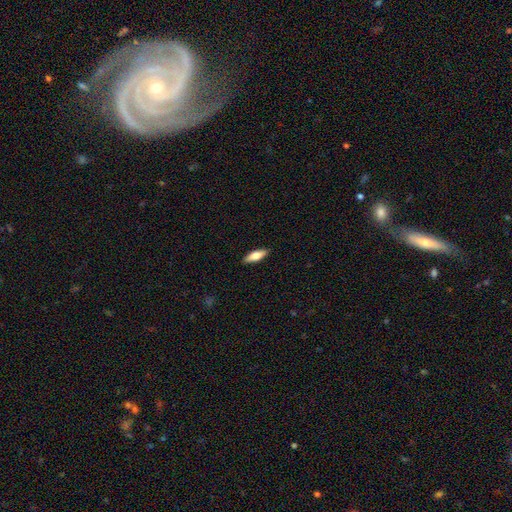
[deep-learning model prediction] smooth 69%, featured or disk 25%, star or artifact 6%. Down the decision tree: how rounded — in between (53%); merging — none (90%).